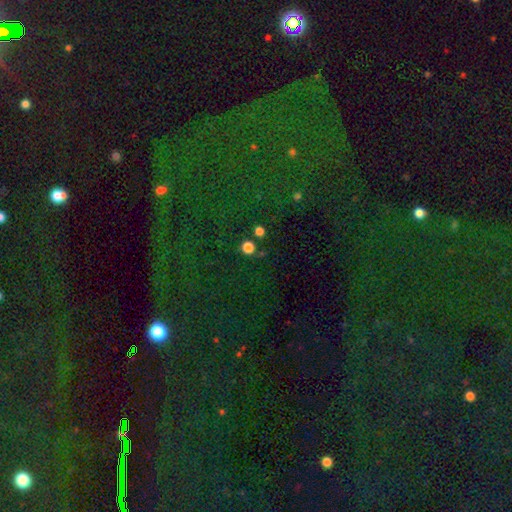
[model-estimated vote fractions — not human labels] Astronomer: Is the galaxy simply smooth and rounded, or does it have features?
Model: star or artifact — 81%.